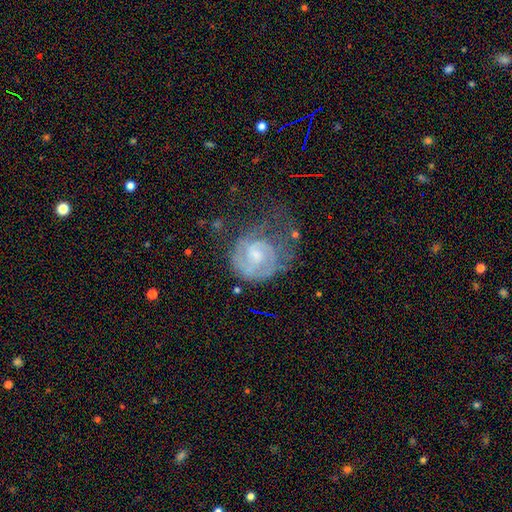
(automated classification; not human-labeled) This appears to be a featured or disk galaxy (74%) with no bar (49%), 2 (48%) tight (54%) spiral arms (86%) and a small central bulge (45%). Merging: none (42%).